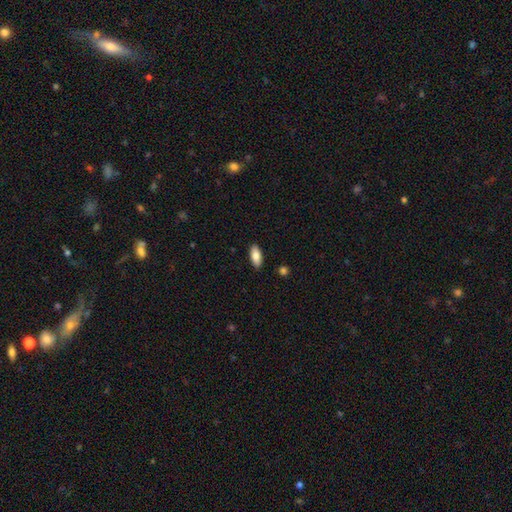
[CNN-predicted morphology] Smooth or featured? Predicted: smooth (p=0.82). How rounded? Predicted: in between (p=0.87). Merging? Predicted: none (p=0.89).